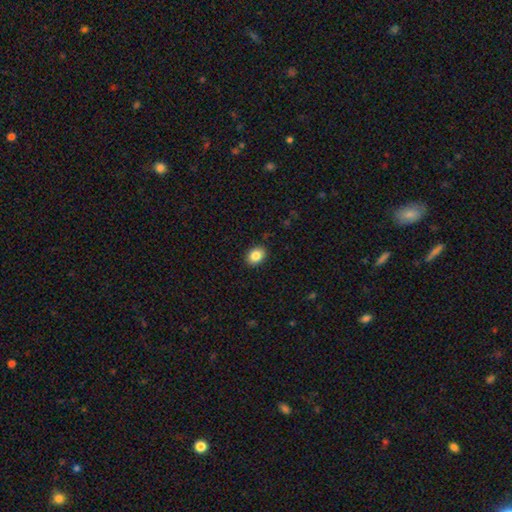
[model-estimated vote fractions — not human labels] Smooth or featured? smooth (85%)
How rounded? in between (61%)
Merging? none (90%)